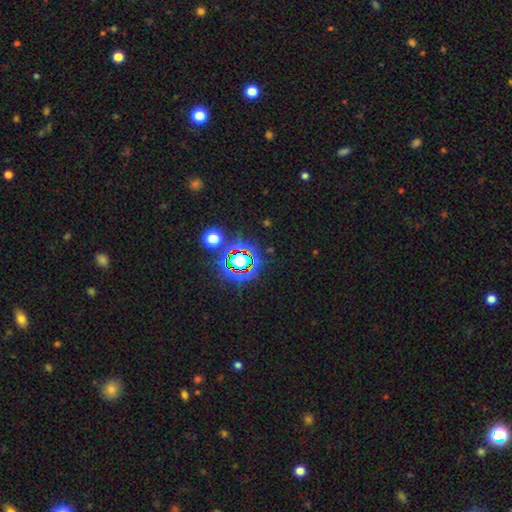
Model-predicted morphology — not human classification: A star or artifact, not a galaxy (76%).

Vote fractions:
- Smooth or featured? star or artifact: 76% / smooth: 15% / featured or disk: 9%